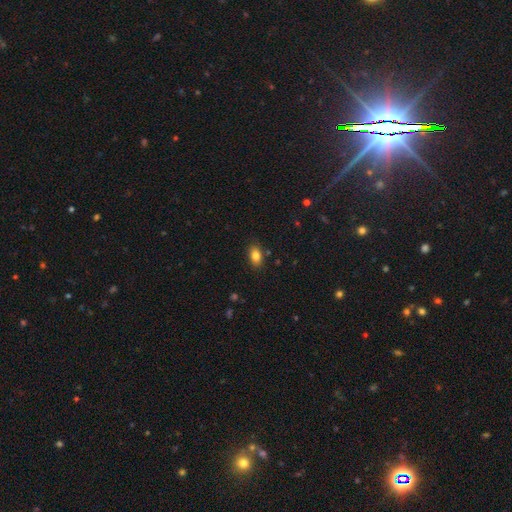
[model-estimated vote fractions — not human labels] This is clearly a smooth galaxy (83%). How rounded: clearly in between (86%). Merging: clearly none (85%).